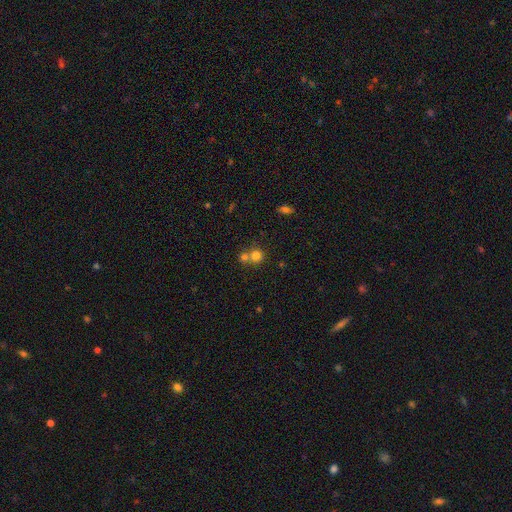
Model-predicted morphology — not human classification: Overall: smooth (76%). How rounded: round (87%). Merging: merger (46%, tied with none).